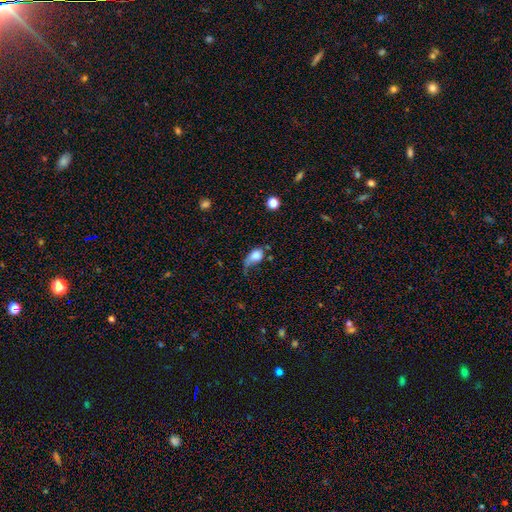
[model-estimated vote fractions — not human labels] The model was most divided on "merging": major disturbance: 42%, minor disturbance: 28%, none: 23%, merger: 7%. More confident: how rounded — in between (71%); smooth or featured — smooth (70%).